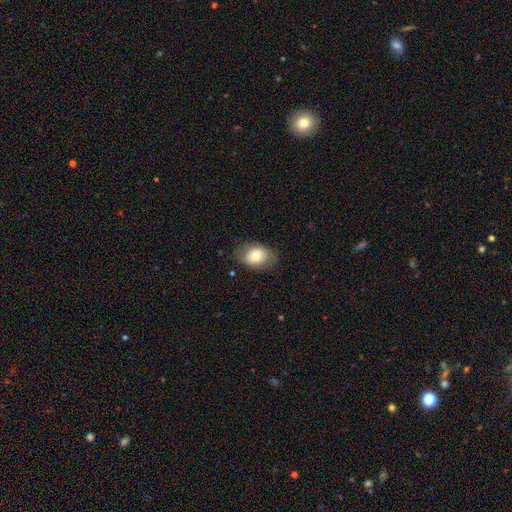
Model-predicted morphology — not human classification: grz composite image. It shows a smooth galaxy with no disk features (73%) that is in between round and cigar-shaped (75%). Merging: none (77%).